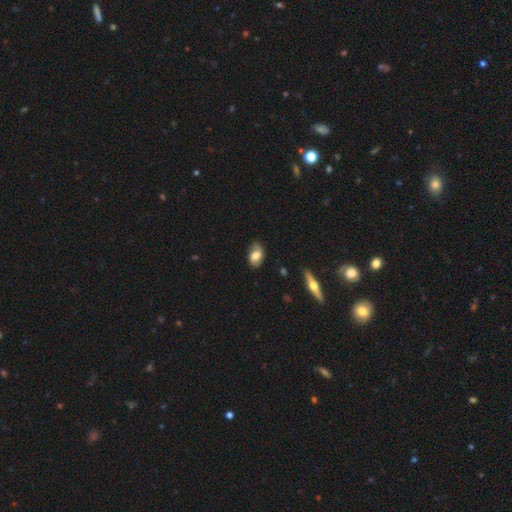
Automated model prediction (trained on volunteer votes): Overall: smooth (53%; featured or disk 39%). How rounded: in between (87%). Merging: none (76%).